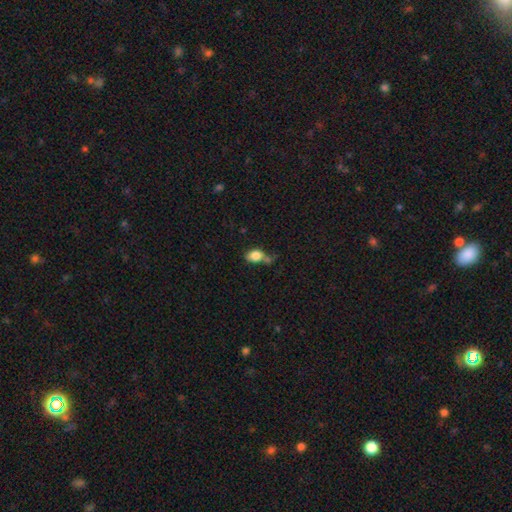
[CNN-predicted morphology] This is clearly a smooth galaxy (82%). How rounded: likely in between (78%). Merging: possibly none (47%).